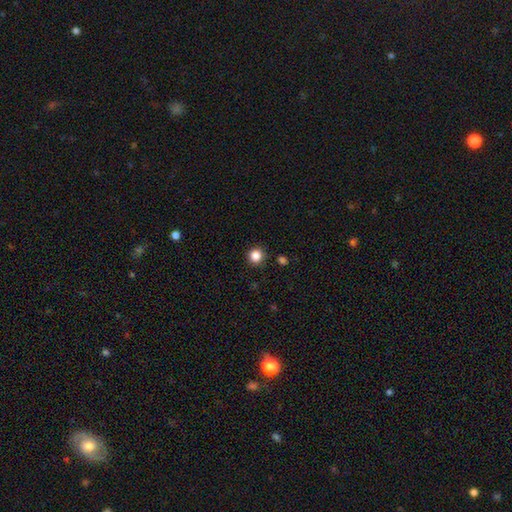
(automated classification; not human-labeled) Smooth or featured?
  - smooth: 85% *
  - star or artifact: 12%
  - featured or disk: 4%
How rounded?
  - round: 95% *
  - in between: 4%
  - cigar-shaped: 1%
Merging?
  - none: 91% *
  - minor disturbance: 5%
  - merger: 2%
  - major disturbance: 2%